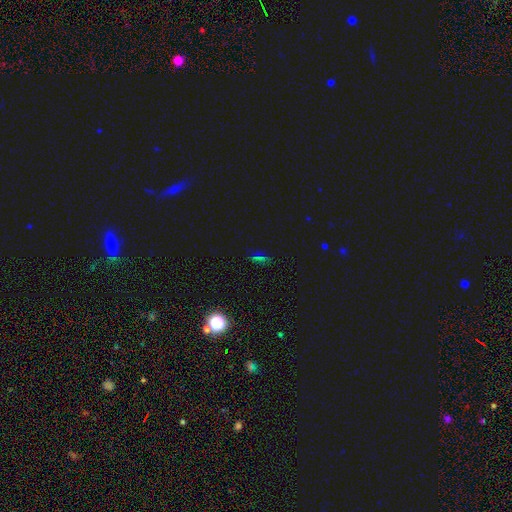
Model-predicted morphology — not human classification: A star or artifact, not a galaxy (48%).

Vote fractions:
- Smooth or featured? star or artifact: 48% / smooth: 35% / featured or disk: 16%